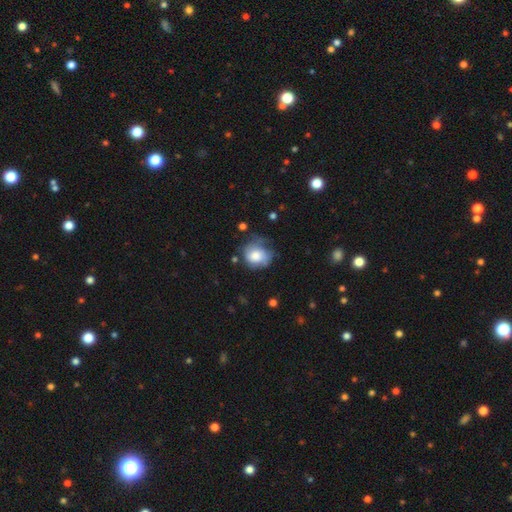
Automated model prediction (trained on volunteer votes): Q: Smooth or featured?
A: smooth (66%); runner-up: featured or disk (25%)
Q: How rounded?
A: round (72%); runner-up: in between (27%)
Q: Merging?
A: none (46%); runner-up: minor disturbance (33%)